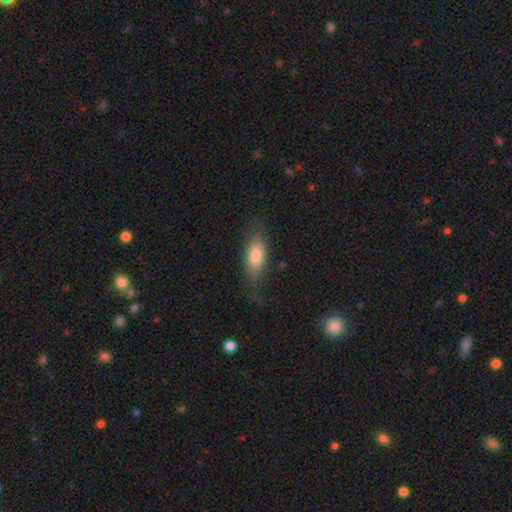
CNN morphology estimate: This is likely a smooth galaxy (76%). How rounded: likely in between (72%). Merging: likely none (65%).